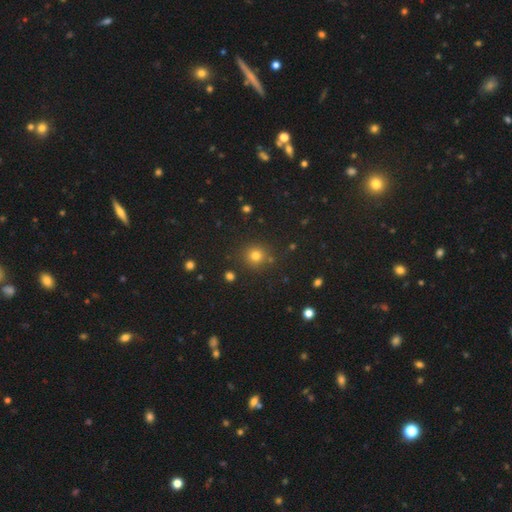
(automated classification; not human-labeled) Smooth or featured? Predicted: smooth (p=0.76). How rounded? Predicted: round (p=0.93). Merging? Predicted: none (p=0.85).